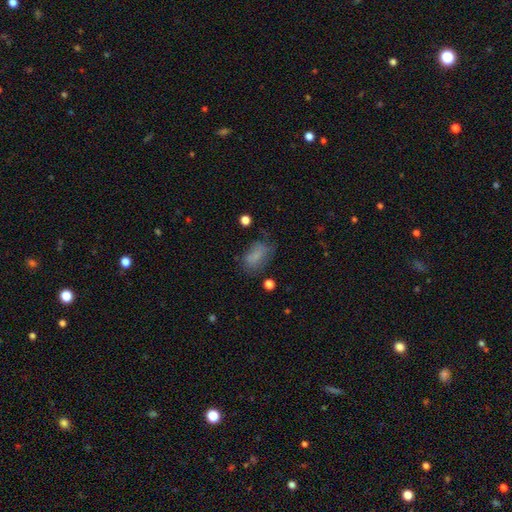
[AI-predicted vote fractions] Smooth or featured?
  - smooth: 72% *
  - featured or disk: 16%
  - star or artifact: 13%
How rounded?
  - in between: 87% *
  - round: 10%
  - cigar-shaped: 3%
Merging?
  - none: 54% *
  - minor disturbance: 26%
  - major disturbance: 16%
  - merger: 3%